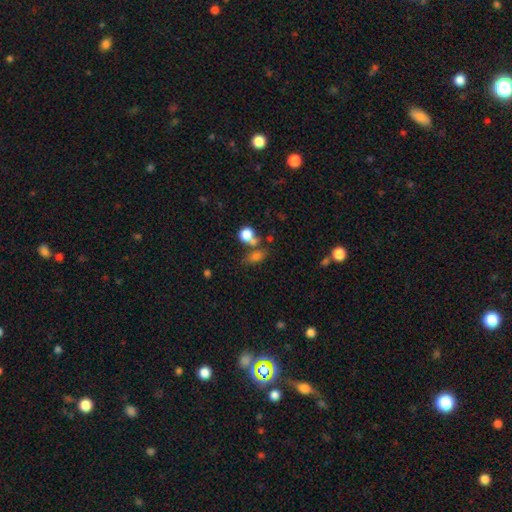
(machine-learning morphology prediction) smooth-or-featured: smooth: 68% | star or artifact: 21% | featured or disk: 11%
  how-rounded: in between: 68% | round: 24% | cigar-shaped: 8%
  merging: none: 57% | merger: 22% | minor disturbance: 14% | major disturbance: 7%